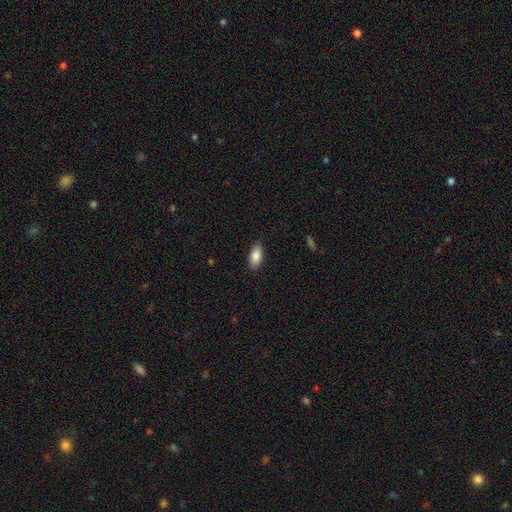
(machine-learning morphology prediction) This is clearly a smooth galaxy (86%). How rounded: clearly in between (90%). Merging: clearly none (87%).